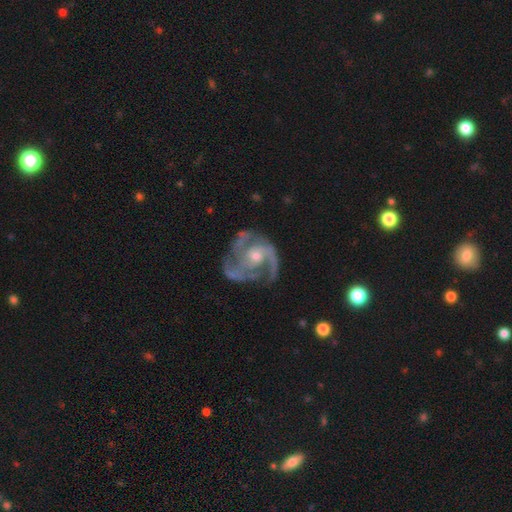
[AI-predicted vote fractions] Smooth or featured? featured or disk (89%)
Edge-on disk? no (98%)
Bar? no (69%)
Spiral arms? yes (96%)
Spiral winding? medium (48%)
Spiral arm count? 3 (42%)
Bulge size? moderate (47%, tied with small)
Merging? none (62%)